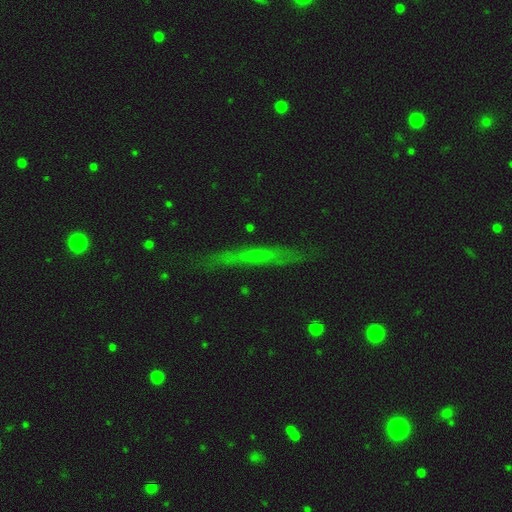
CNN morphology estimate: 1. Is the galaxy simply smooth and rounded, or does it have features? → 49% featured or disk, 38% smooth, 13% star or artifact.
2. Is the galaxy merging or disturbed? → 84% none, 12% minor disturbance, 3% major disturbance, 2% merger.